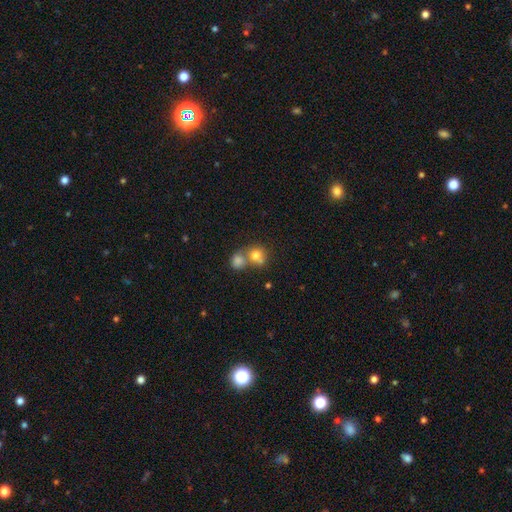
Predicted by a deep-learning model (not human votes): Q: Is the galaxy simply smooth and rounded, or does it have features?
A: smooth — 76%.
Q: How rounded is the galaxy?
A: round — 81%.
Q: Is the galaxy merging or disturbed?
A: merger — 54%.